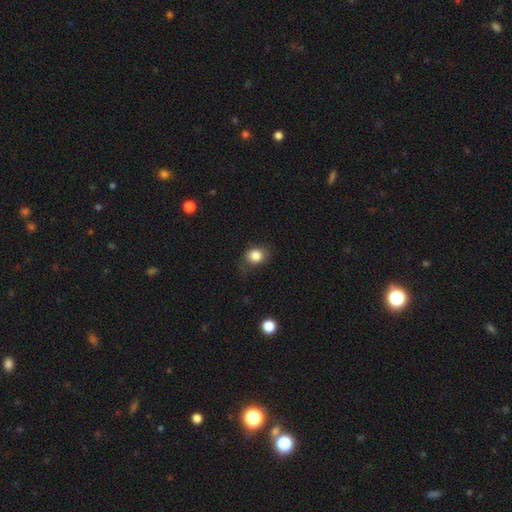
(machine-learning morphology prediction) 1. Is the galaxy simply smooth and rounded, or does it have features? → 84% smooth, 10% star or artifact, 6% featured or disk.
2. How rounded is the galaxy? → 58% round, 41% in between, 1% cigar-shaped.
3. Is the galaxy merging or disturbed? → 72% none, 21% minor disturbance, 6% major disturbance, 1% merger.